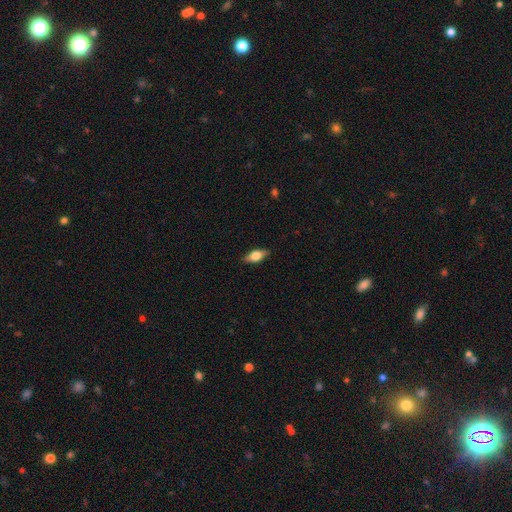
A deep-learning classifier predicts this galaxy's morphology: This appears to be a smooth galaxy with no disk features (67%) that is in between round and cigar-shaped (82%). Merging: none (86%).